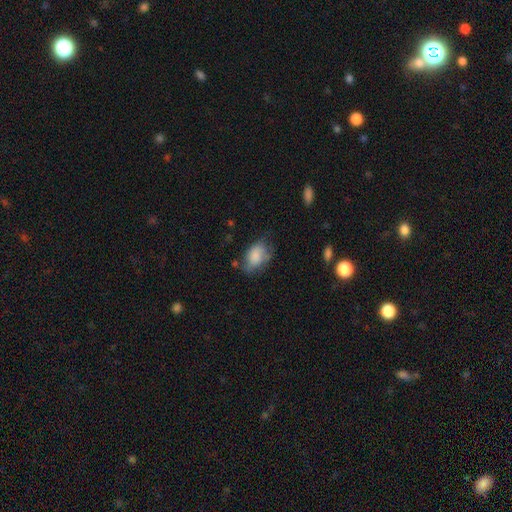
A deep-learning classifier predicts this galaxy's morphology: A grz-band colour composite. It shows a smooth galaxy with no disk features (80%) that is in between round and cigar-shaped (84%). Merging: none (50%).